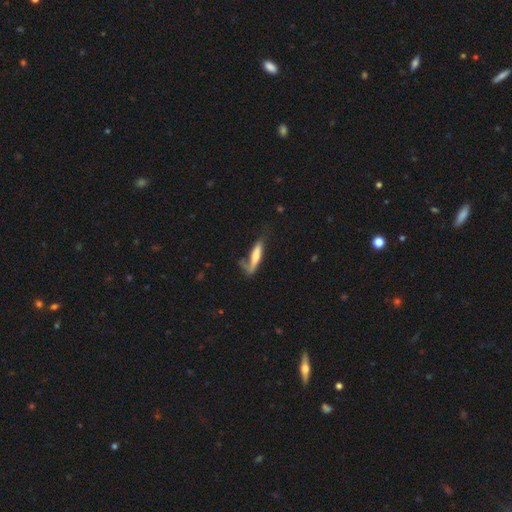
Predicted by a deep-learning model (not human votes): Smooth or featured?
  - smooth: 60% *
  - featured or disk: 34%
  - star or artifact: 6%
How rounded?
  - cigar-shaped: 80% *
  - in between: 19%
  - round: 2%
Merging?
  - none: 44% *
  - minor disturbance: 27%
  - major disturbance: 22%
  - merger: 8%